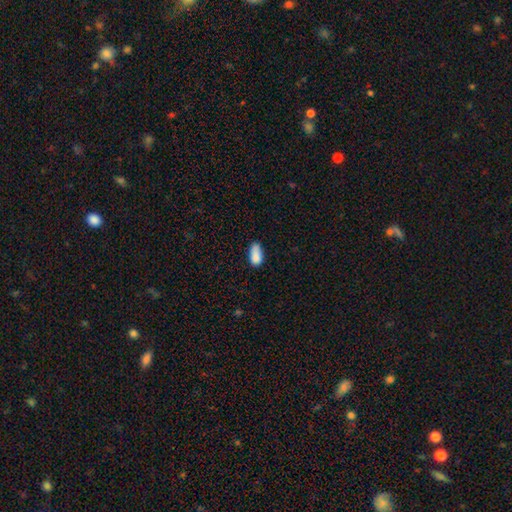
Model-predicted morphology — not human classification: smooth-or-featured: smooth: 85% | star or artifact: 8% | featured or disk: 6%
  how-rounded: in between: 89% | cigar-shaped: 7% | round: 3%
  merging: none: 56% | minor disturbance: 32% | major disturbance: 7% | merger: 4%